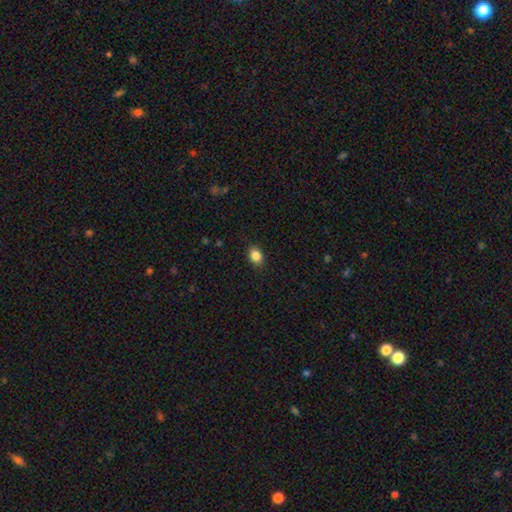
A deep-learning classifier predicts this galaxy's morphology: smooth_or_featured: smooth (p=0.86) [alt: star or artifact p=0.09]
how_rounded: in between (p=0.66) [alt: round p=0.33]
merging: none (p=0.88) [alt: minor disturbance p=0.09]